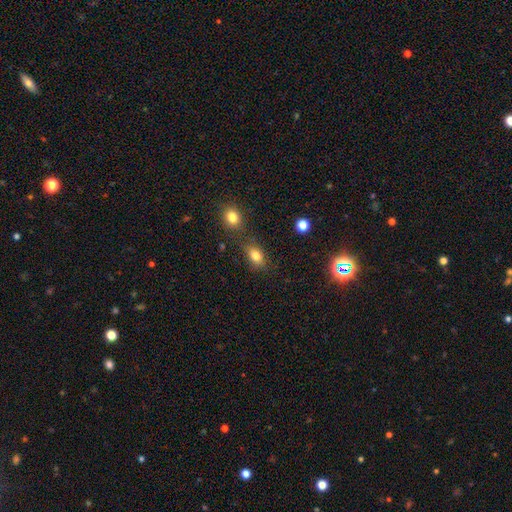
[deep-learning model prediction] Smooth or featured? smooth (82%)
How rounded? in between (79%)
Merging? none (71%)